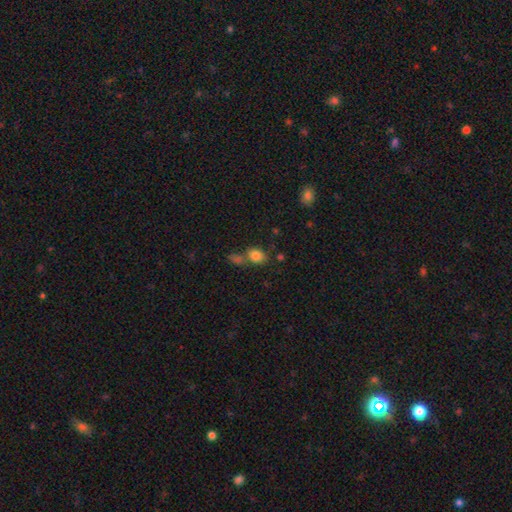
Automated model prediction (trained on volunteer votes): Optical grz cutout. It shows a smooth galaxy with no disk features (82%) that is in between round and cigar-shaped (62%). Merging: none (54%).